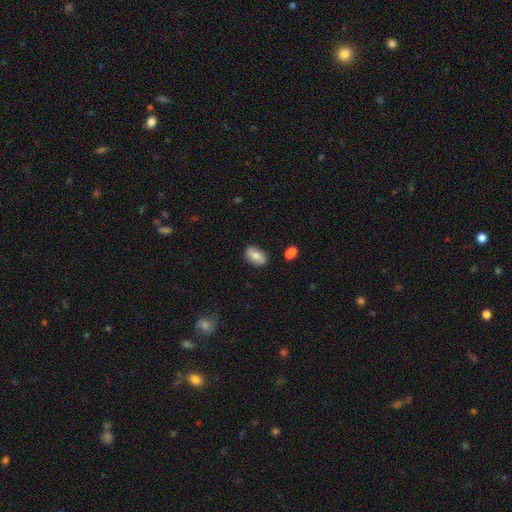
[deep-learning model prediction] Q: Smooth or featured?
A: smooth (75%); runner-up: featured or disk (17%)
Q: How rounded?
A: in between (90%); runner-up: round (7%)
Q: Merging?
A: none (84%); runner-up: minor disturbance (12%)